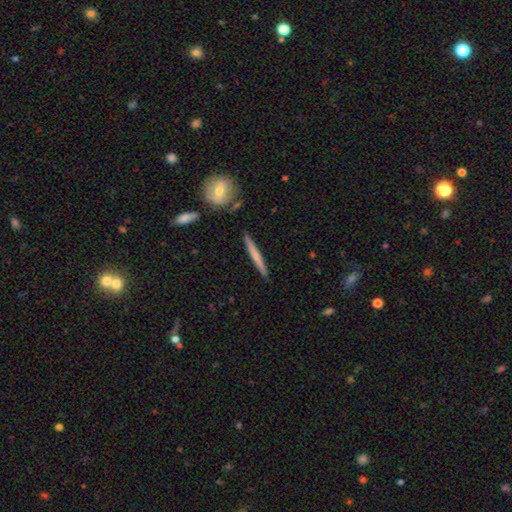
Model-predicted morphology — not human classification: A smooth galaxy with no disk features (54%) that is cigar-shaped (96%). Merging: none (89%).